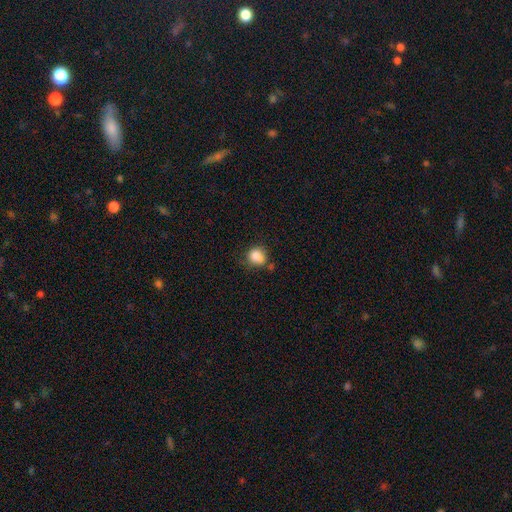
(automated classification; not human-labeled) Smooth or featured? smooth (85%)
How rounded? round (72%)
Merging? none (59%)